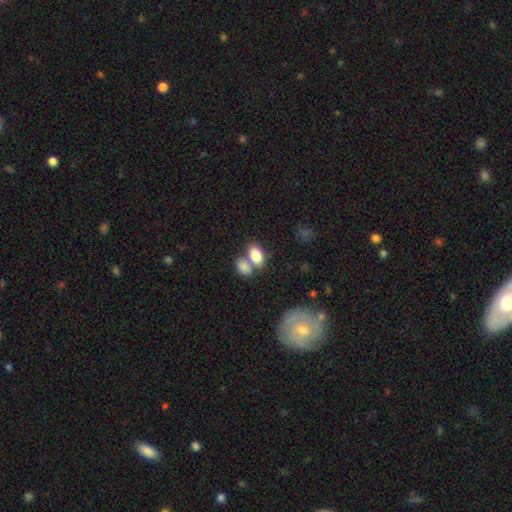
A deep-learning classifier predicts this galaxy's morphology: Smooth or featured: smooth — 82% (featured or disk — 10%)
How rounded: in between — 89% (round — 8%)
Merging: merger — 45% (none — 41%)